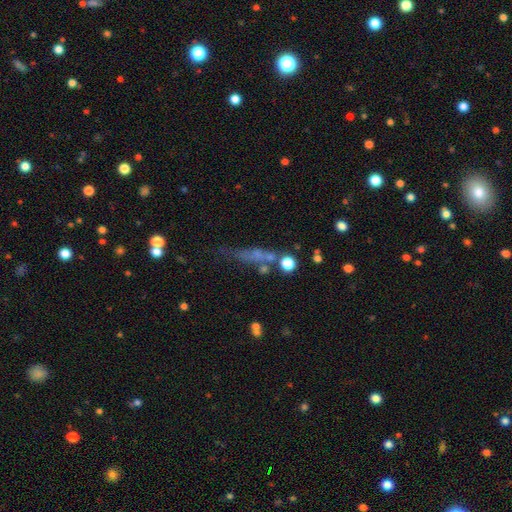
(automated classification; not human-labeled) This appears to be a smooth galaxy with no disk features (48%). Merging: none (48%).